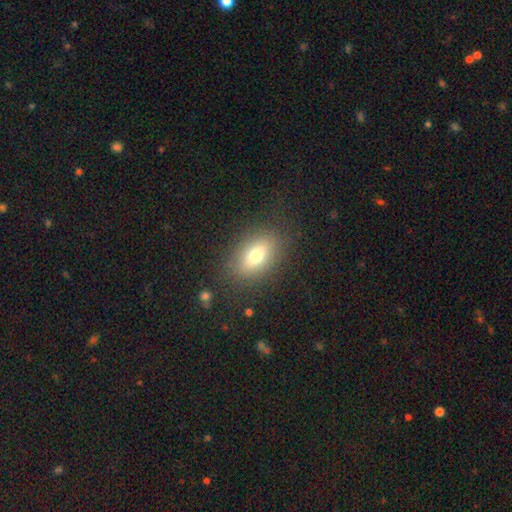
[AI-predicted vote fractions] smooth_or_featured: smooth (p=0.72) [alt: featured or disk p=0.18]
how_rounded: in between (p=0.84) [alt: round p=0.11]
merging: none (p=0.83) [alt: minor disturbance p=0.11]